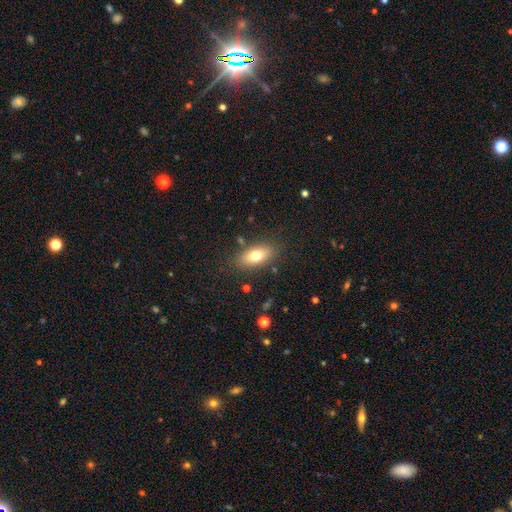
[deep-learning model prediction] This is likely a smooth galaxy (74%). How rounded: clearly in between (85%). Merging: clearly none (83%).